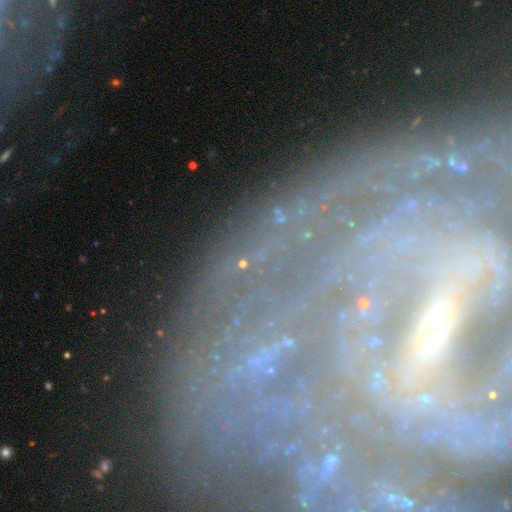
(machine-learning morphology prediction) Overall: featured or disk (53%; star or artifact 32%). Edge-on disk: no (81%). Merging: none (74%).